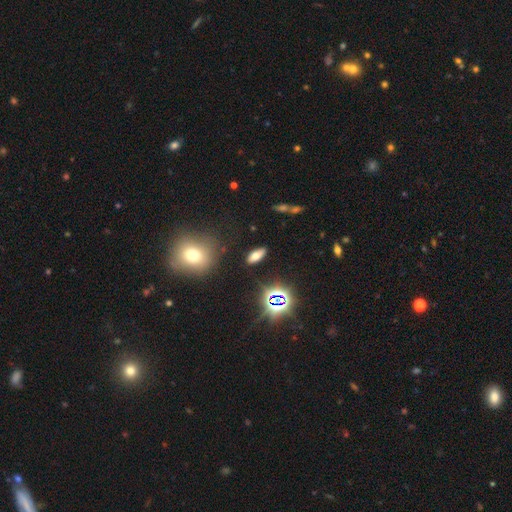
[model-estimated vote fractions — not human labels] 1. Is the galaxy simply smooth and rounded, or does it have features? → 59% smooth, 22% star or artifact, 19% featured or disk.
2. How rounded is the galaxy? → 75% in between, 18% cigar-shaped, 6% round.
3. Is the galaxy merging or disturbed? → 86% none, 9% minor disturbance, 3% major disturbance, 2% merger.